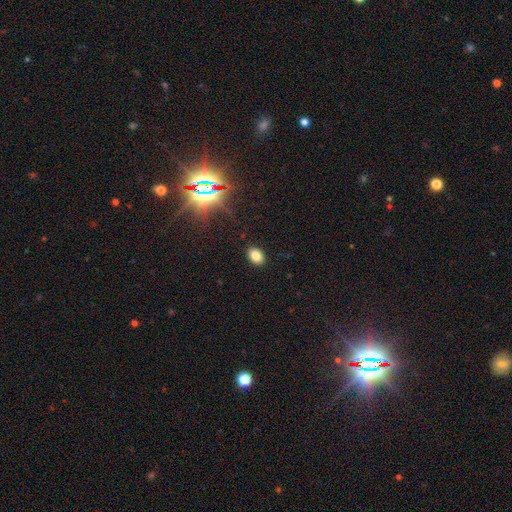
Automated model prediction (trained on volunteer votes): A smooth galaxy with no disk features (80%) that is in between round and cigar-shaped (77%). Merging: none (89%).